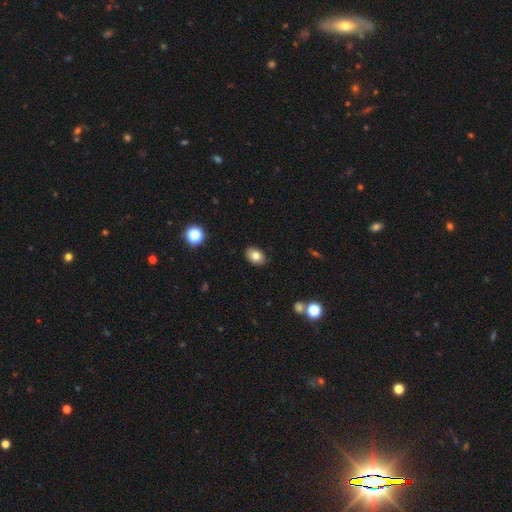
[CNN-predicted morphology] A smooth galaxy with no disk features (79%) that is in between round and cigar-shaped (78%). Merging: none (87%).